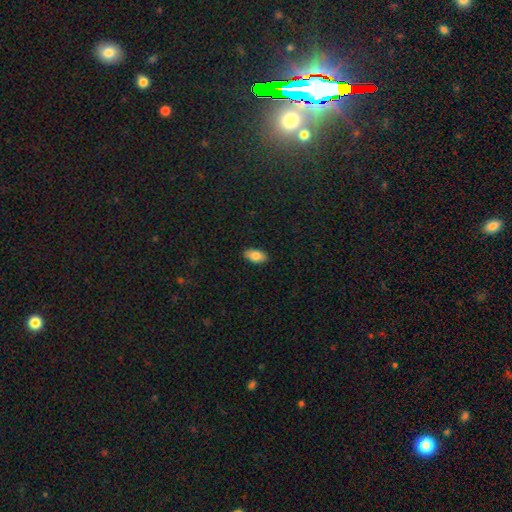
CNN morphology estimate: A smooth galaxy with no disk features (83%) that is in between round and cigar-shaped (93%).

Vote fractions:
- Smooth or featured? smooth: 83% / featured or disk: 10% / star or artifact: 7%
- How rounded? in between: 93% / round: 4% / cigar-shaped: 3%
- Merging? none: 89% / minor disturbance: 8% / major disturbance: 2% / merger: 1%